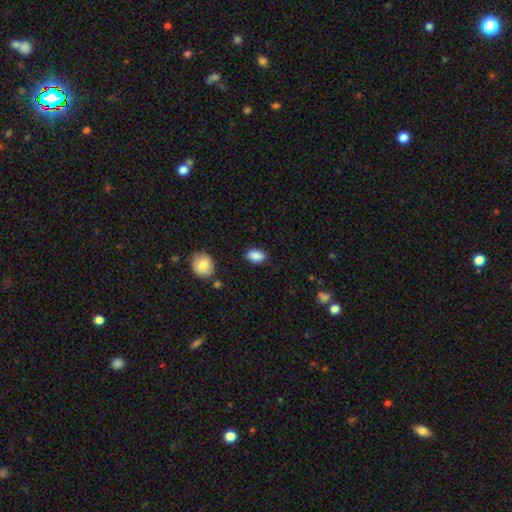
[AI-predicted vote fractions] The model was most divided on "merging": none: 86%, minor disturbance: 10%, major disturbance: 2%, merger: 2%. More confident: how rounded — in between (89%); smooth or featured — smooth (88%).